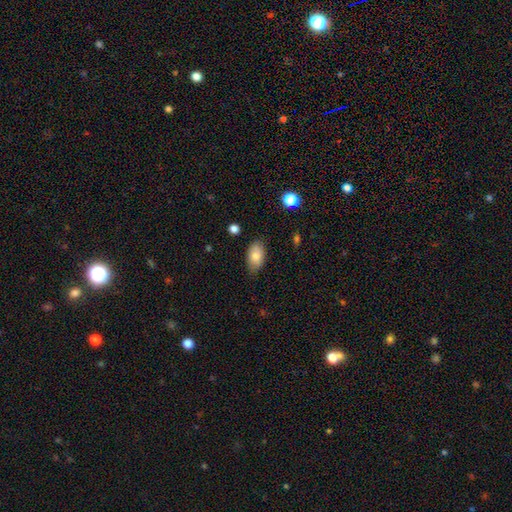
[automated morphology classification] Smooth or featured? smooth (82%)
How rounded? in between (93%)
Merging? none (81%)